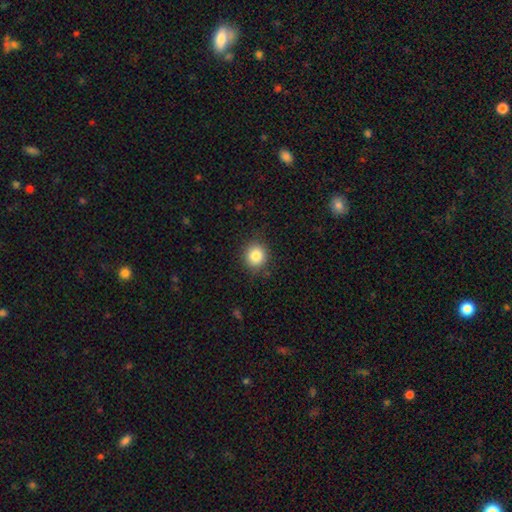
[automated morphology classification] A smooth galaxy with no disk features (83%) that is round (87%). Merging: none (89%).